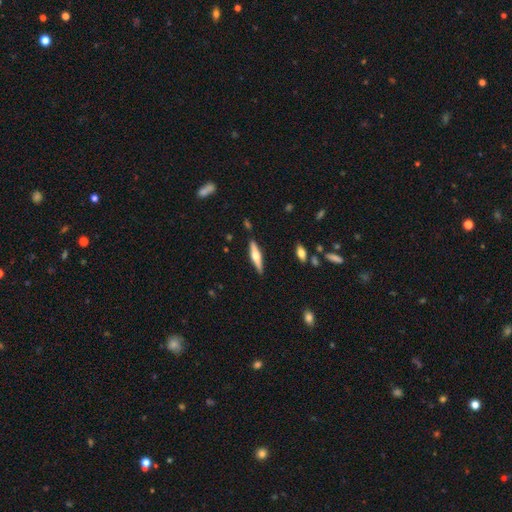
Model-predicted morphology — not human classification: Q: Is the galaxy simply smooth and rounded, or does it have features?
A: featured or disk — 57%.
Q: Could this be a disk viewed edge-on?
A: yes — 95%.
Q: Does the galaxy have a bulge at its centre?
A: rounded — 91%.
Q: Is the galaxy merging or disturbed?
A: none — 87%.